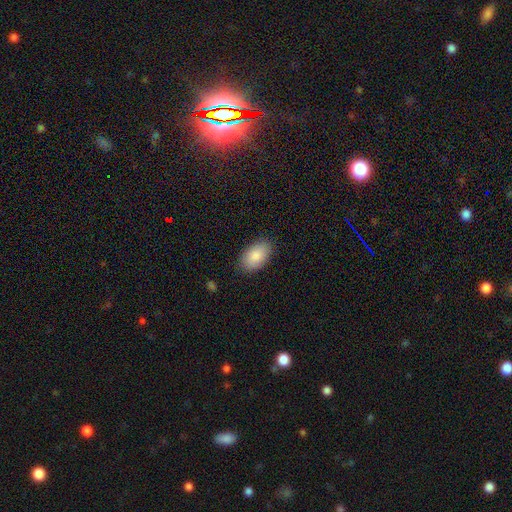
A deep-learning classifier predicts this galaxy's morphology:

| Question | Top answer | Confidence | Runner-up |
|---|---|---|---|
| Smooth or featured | smooth | 86% | featured or disk (8%) |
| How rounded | in between | 94% | round (4%) |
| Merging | none | 85% | minor disturbance (11%) |